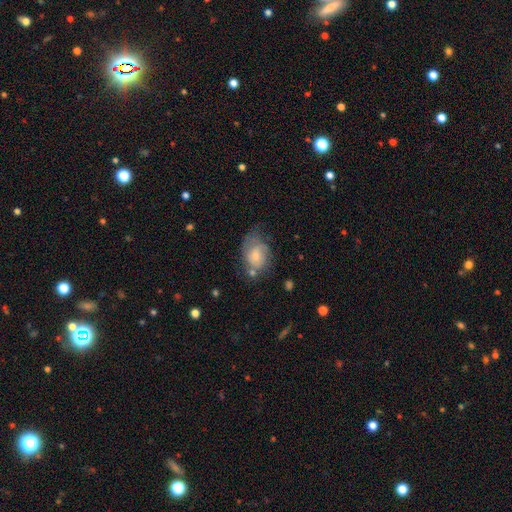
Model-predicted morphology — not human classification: Smooth or featured? smooth (53%)
How rounded? in between (70%)
Merging? none (36%)